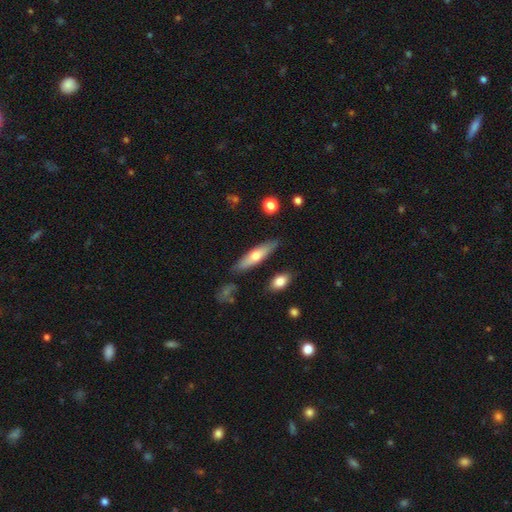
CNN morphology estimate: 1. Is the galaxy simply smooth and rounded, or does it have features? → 59% smooth, 35% featured or disk, 6% star or artifact.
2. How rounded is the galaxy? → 65% cigar-shaped, 33% in between, 2% round.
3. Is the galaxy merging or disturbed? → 81% none, 12% minor disturbance, 4% merger, 3% major disturbance.